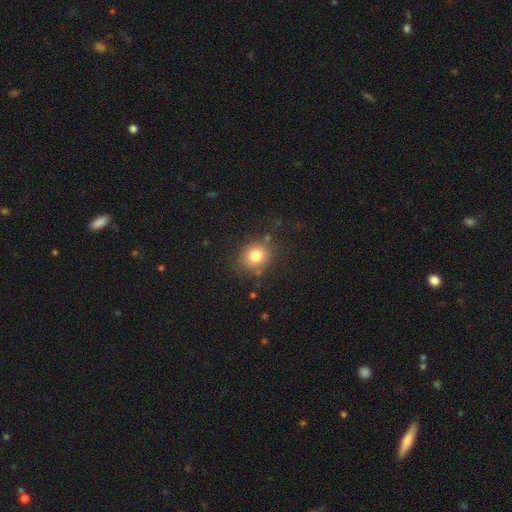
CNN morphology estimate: The model was most divided on "how rounded": round: 81%, in between: 18%, cigar-shaped: 1%. More confident: merging — none (81%); smooth or featured — smooth (79%).